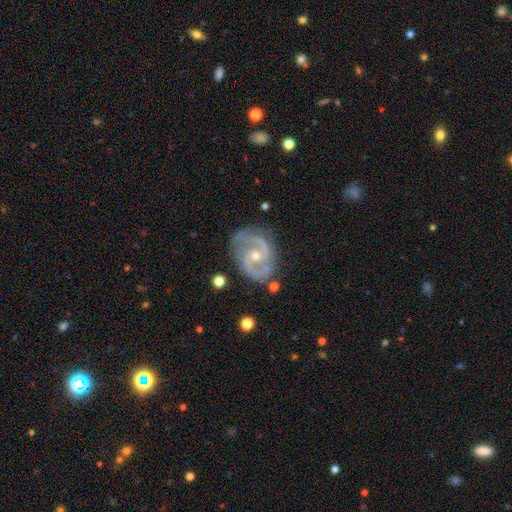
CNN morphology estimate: Q: Smooth or featured?
A: featured or disk (90%); runner-up: star or artifact (5%)
Q: Edge-on disk?
A: no (97%); runner-up: yes (3%)
Q: Bar?
A: no (53%); runner-up: weak (35%)
Q: Spiral arms?
A: yes (97%); runner-up: no (3%)
Q: Spiral winding?
A: medium (56%); runner-up: tight (30%)
Q: Spiral arm count?
A: 2 (89%); runner-up: can't tell (3%)
Q: Bulge size?
A: moderate (52%); runner-up: small (45%)
Q: Merging?
A: none (76%); runner-up: minor disturbance (17%)